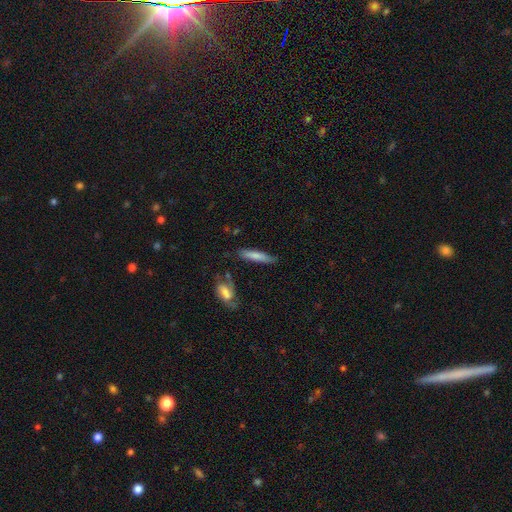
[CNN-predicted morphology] This appears to be a smooth galaxy with no disk features (71%) that is cigar-shaped (82%). Merging: none (73%).